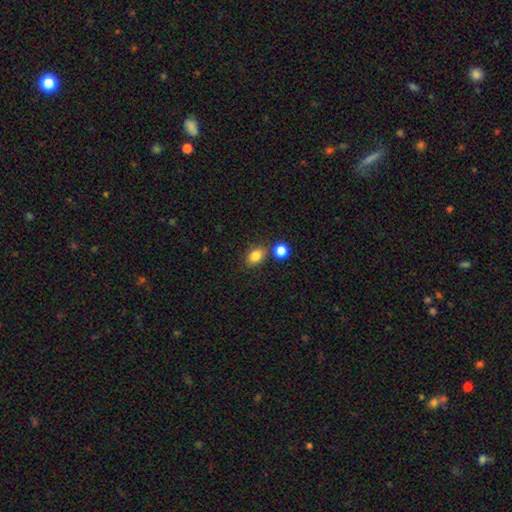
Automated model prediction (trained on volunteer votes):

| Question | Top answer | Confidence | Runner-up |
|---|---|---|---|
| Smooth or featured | smooth | 83% | star or artifact (11%) |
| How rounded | in between | 65% | round (33%) |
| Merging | none | 72% | merger (14%) |